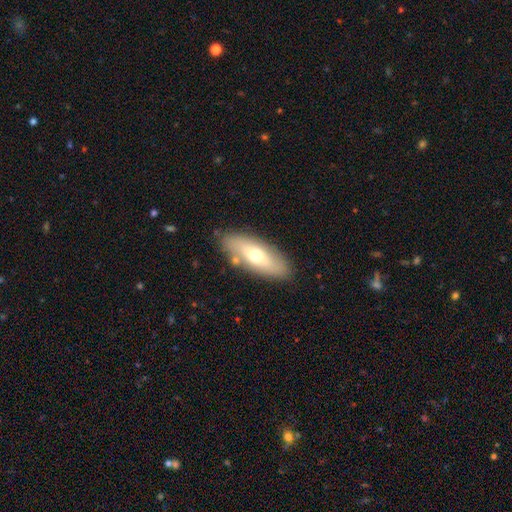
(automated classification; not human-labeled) Smooth or featured? Predicted: smooth (p=0.58). How rounded? Predicted: in between (p=0.69). Merging? Predicted: none (p=0.82).